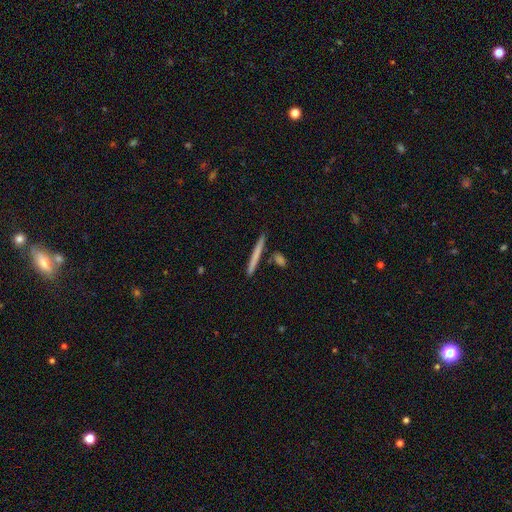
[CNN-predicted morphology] Smooth or featured? Predicted: smooth (p=0.65). How rounded? Predicted: cigar-shaped (p=0.96). Merging? Predicted: none (p=0.86).